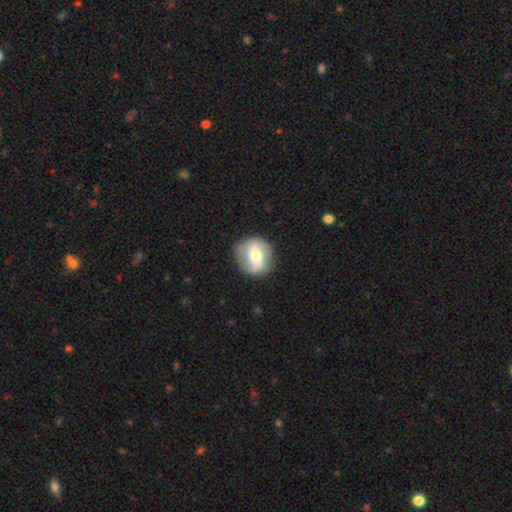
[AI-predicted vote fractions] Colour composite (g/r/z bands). It shows a featured or disk galaxy (61%) with a weak bar (38%), spiral arms (77%) and a moderate central bulge (62%). Merging: none (81%).